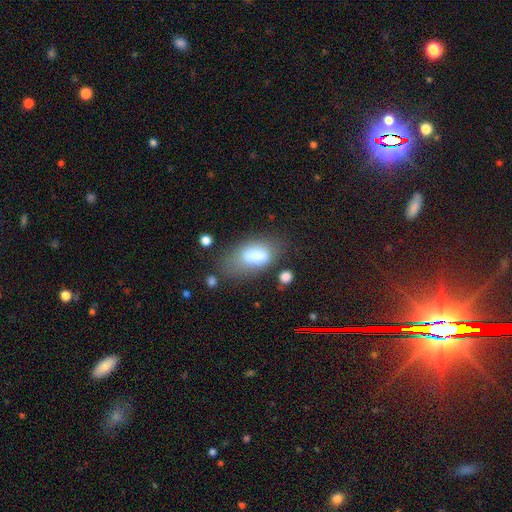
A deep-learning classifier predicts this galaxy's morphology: type=smooth (76%); roundness=in between (90%); merging=none (48%).